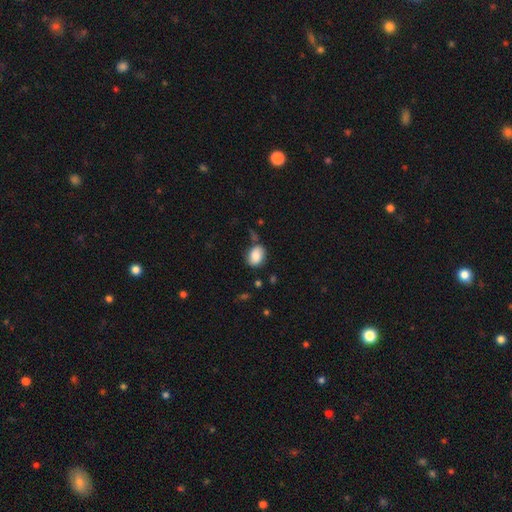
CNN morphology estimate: smooth 81%, featured or disk 11%, star or artifact 8%. Down the decision tree: how rounded — in between (69%); merging — none (64%).